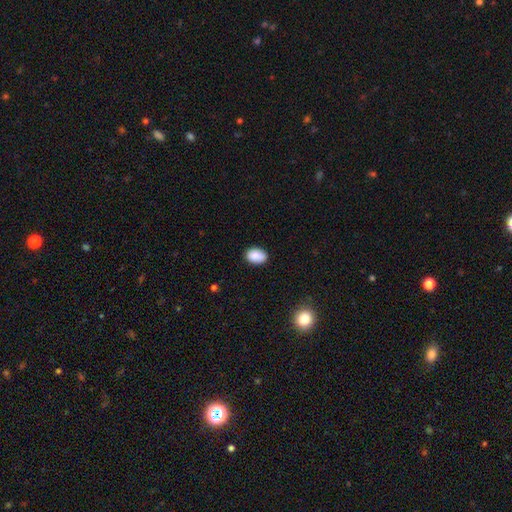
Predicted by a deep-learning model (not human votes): Smooth or featured: smooth — 89% (star or artifact — 8%)
How rounded: in between — 86% (round — 12%)
Merging: none — 83% (minor disturbance — 13%)